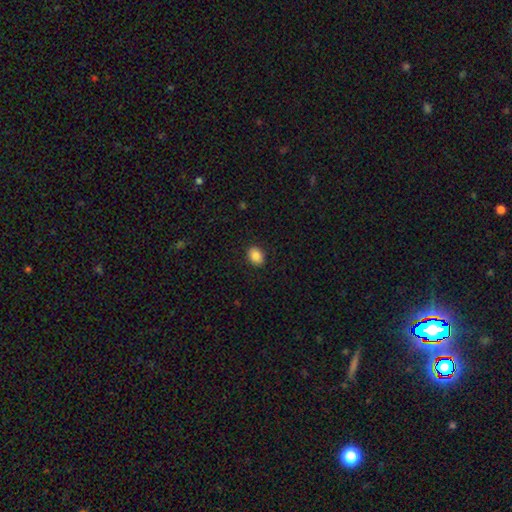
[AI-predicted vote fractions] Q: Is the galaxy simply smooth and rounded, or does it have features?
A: smooth — 86%.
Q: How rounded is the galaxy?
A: in between — 64%.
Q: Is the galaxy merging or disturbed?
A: none — 90%.